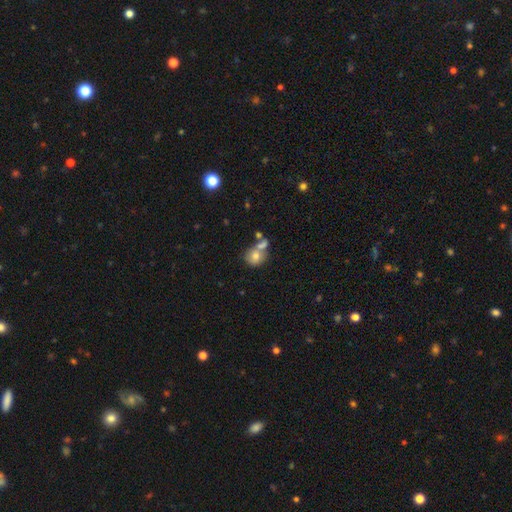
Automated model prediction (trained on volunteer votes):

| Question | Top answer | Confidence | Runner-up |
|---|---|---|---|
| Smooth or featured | smooth | 70% | featured or disk (20%) |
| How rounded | round | 67% | in between (32%) |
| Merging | merger | 43% | none (36%) |